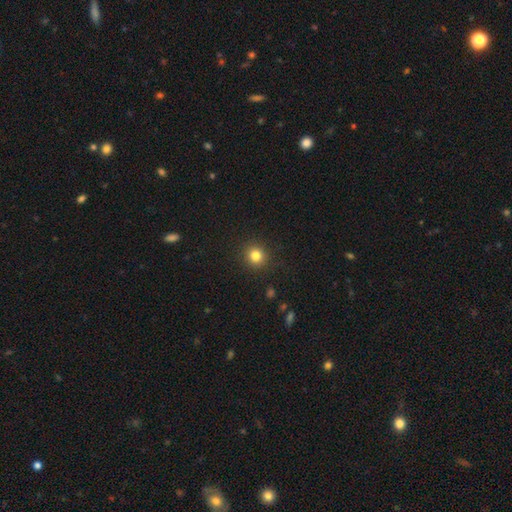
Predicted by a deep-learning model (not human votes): smooth 82%, star or artifact 12%, featured or disk 6%. Down the decision tree: how rounded — round (92%); merging — none (91%).